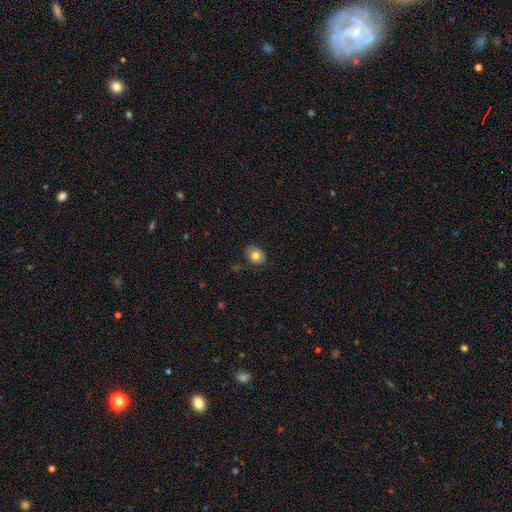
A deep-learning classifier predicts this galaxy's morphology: A smooth galaxy with no disk features (80%) that is in between round and cigar-shaped (57%). Merging: none (82%).